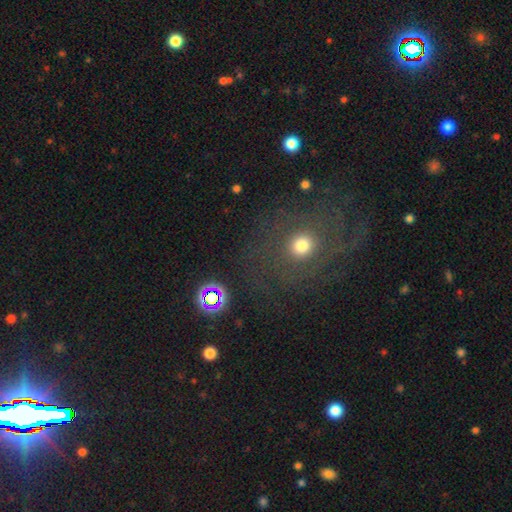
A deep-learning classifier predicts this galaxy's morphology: Smooth or featured? star or artifact (38%)